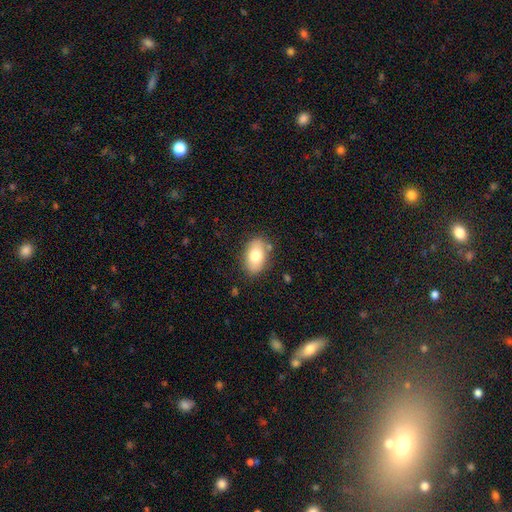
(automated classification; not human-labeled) Overall: smooth (75%). How rounded: in between (90%). Merging: none (81%).